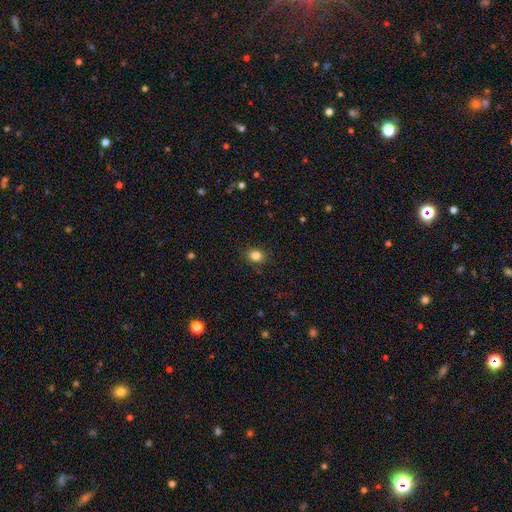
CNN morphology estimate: This appears to be a smooth galaxy with no disk features (83%) that is round (57%). Merging: none (86%).